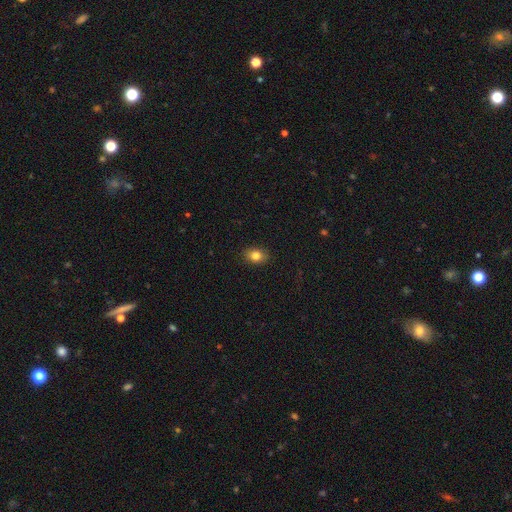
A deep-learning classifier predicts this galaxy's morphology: type=smooth (83%); roundness=in between (66%); merging=none (89%).